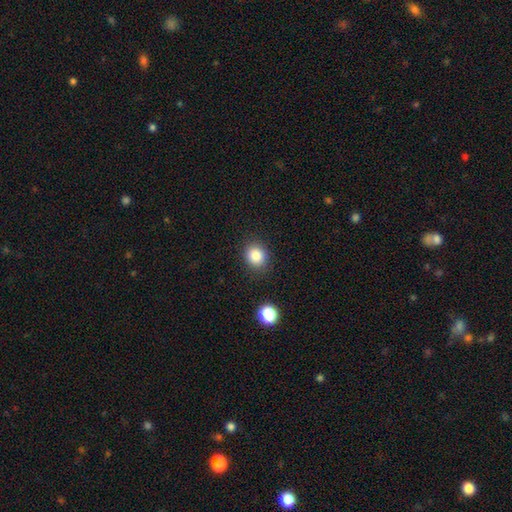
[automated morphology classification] smooth 85%, star or artifact 10%, featured or disk 5%. Down the decision tree: how rounded — round (74%); merging — none (86%).